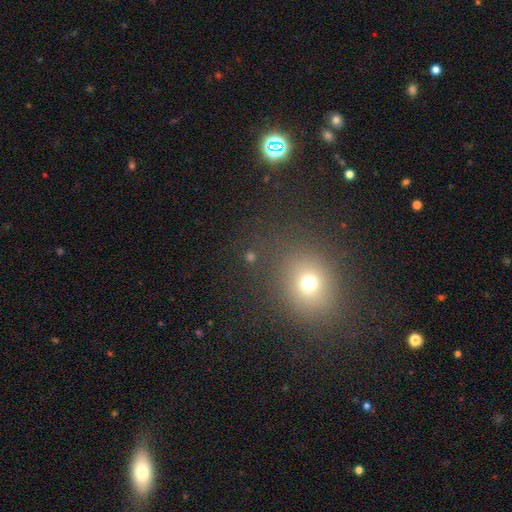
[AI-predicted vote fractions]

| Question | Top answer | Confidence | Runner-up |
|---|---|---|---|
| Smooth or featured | smooth | 60% | star or artifact (30%) |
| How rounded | round | 68% | in between (30%) |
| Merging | none | 81% | minor disturbance (10%) |